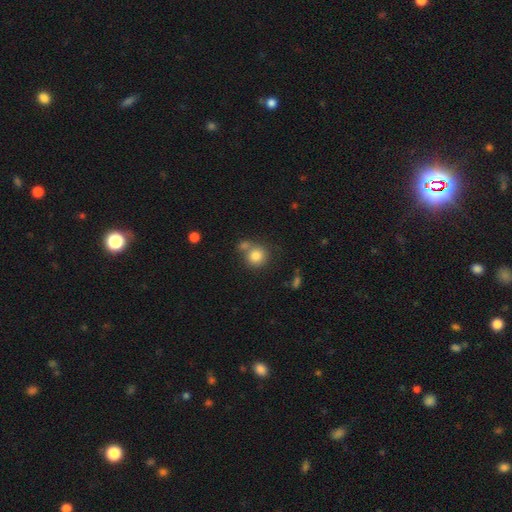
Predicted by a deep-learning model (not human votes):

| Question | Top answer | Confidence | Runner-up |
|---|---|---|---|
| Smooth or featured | smooth | 82% | star or artifact (10%) |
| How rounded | round | 89% | in between (10%) |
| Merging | none | 58% | merger (27%) |